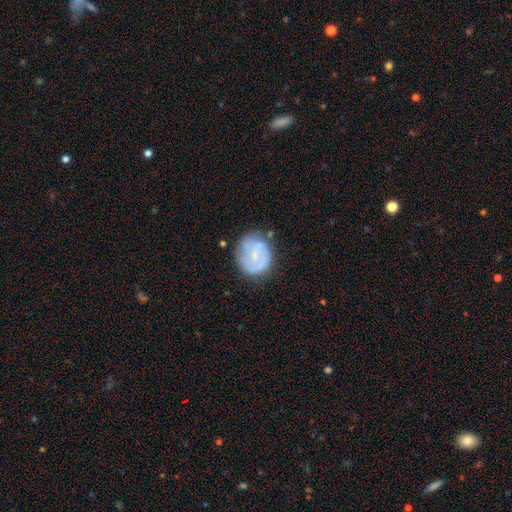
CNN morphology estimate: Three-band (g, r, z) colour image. It shows a featured or disk galaxy (61%) with no bar (48%), spiral arms (70%) and a small central bulge (63%). Merging: none (64%).